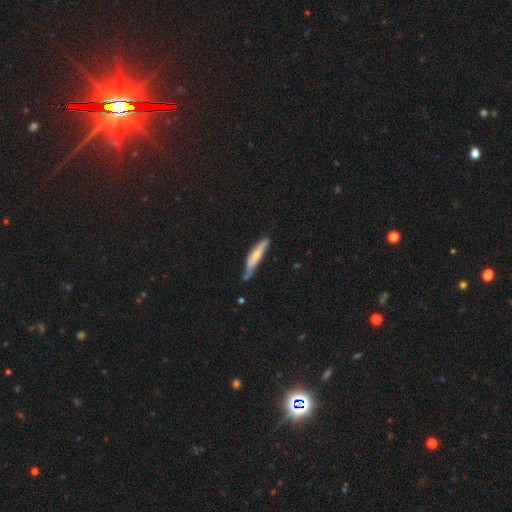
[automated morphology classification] A smooth galaxy with no disk features (52%) that is cigar-shaped (86%).

Vote fractions:
- Smooth or featured? smooth: 52% / featured or disk: 42% / star or artifact: 5%
- How rounded? cigar-shaped: 86% / in between: 12% / round: 1%
- Merging? none: 53% / minor disturbance: 33% / major disturbance: 8% / merger: 5%